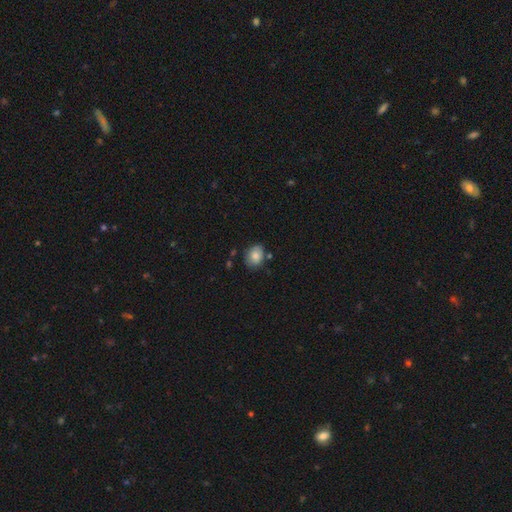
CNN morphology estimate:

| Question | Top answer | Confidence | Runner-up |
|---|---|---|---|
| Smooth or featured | smooth | 82% | featured or disk (10%) |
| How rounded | in between | 58% | round (41%) |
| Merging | none | 71% | minor disturbance (20%) |